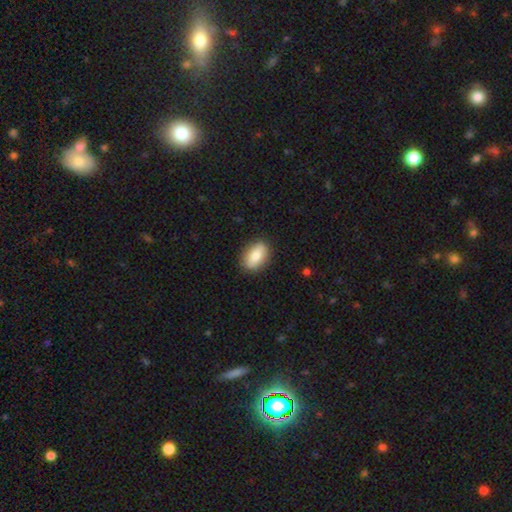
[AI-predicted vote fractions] This appears to be a smooth galaxy with no disk features (78%) that is in between round and cigar-shaped (87%). Merging: none (87%).